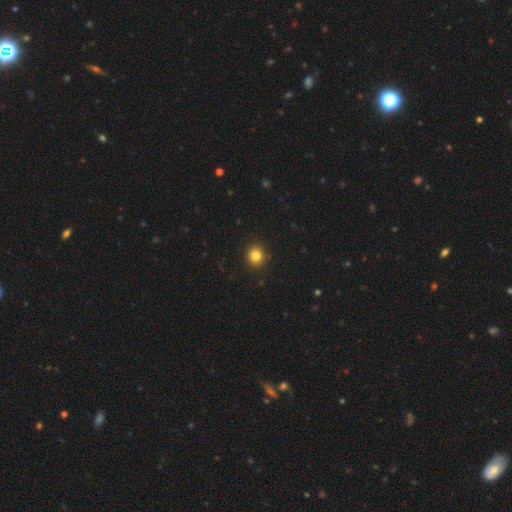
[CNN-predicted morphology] Smooth or featured: smooth — 83% (star or artifact — 12%)
How rounded: round — 88% (in between — 11%)
Merging: none — 92% (minor disturbance — 6%)